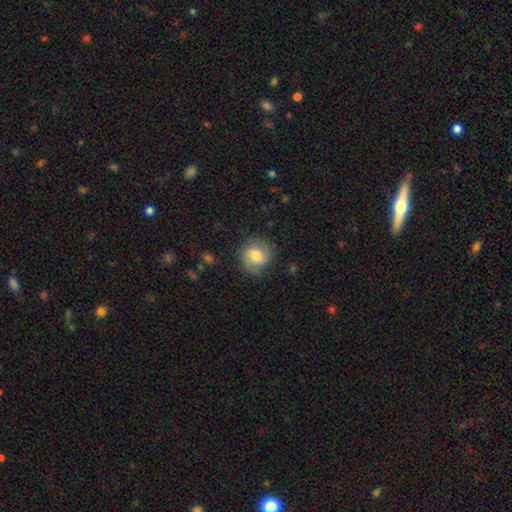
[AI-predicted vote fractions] Morphology: type=smooth (48%); merging=none (76%).